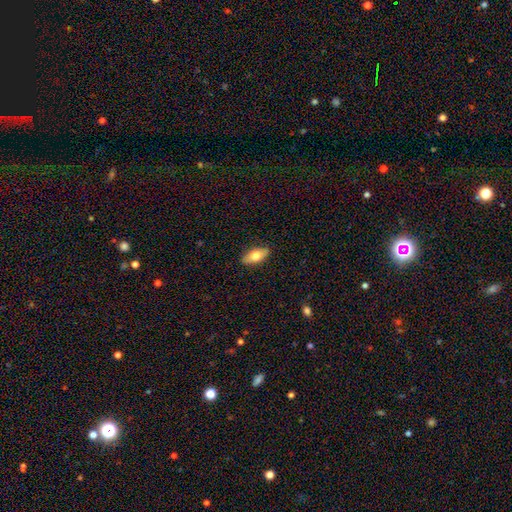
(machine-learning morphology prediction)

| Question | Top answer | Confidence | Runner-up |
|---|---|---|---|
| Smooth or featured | smooth | 70% | featured or disk (24%) |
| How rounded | in between | 86% | cigar-shaped (10%) |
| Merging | none | 88% | minor disturbance (9%) |